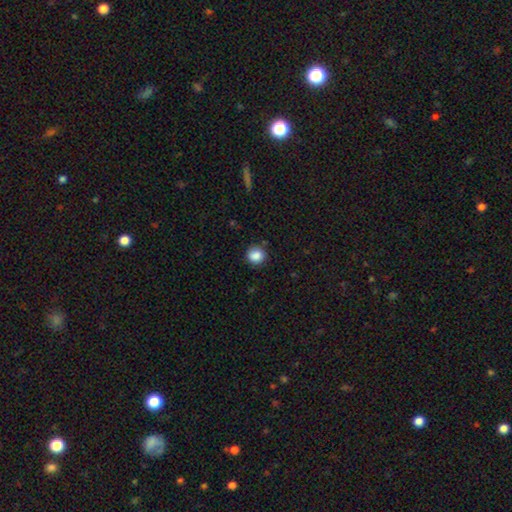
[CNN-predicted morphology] Smooth or featured: smooth — 87% (star or artifact — 10%)
How rounded: round — 89% (in between — 10%)
Merging: none — 85% (minor disturbance — 10%)